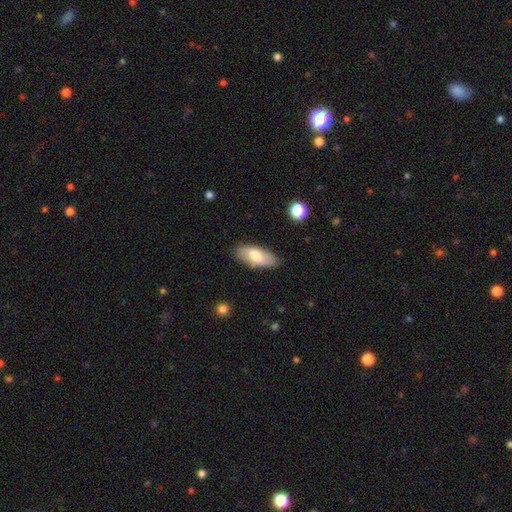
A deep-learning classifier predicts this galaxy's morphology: smooth 75%, featured or disk 19%, star or artifact 6%. Down the decision tree: how rounded — in between (87%); merging — none (84%).